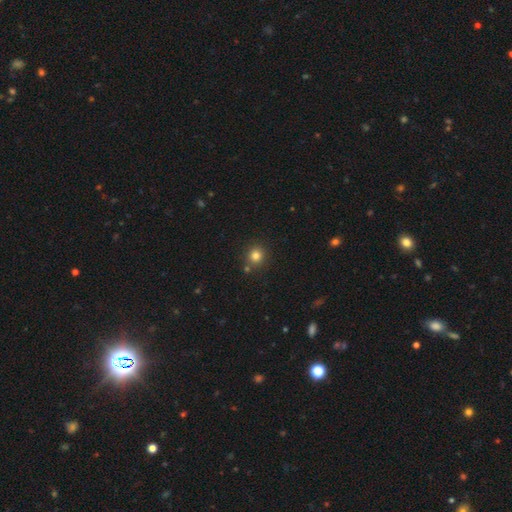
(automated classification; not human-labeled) Morphology: type=smooth (80%); roundness=round (91%); merging=none (83%).